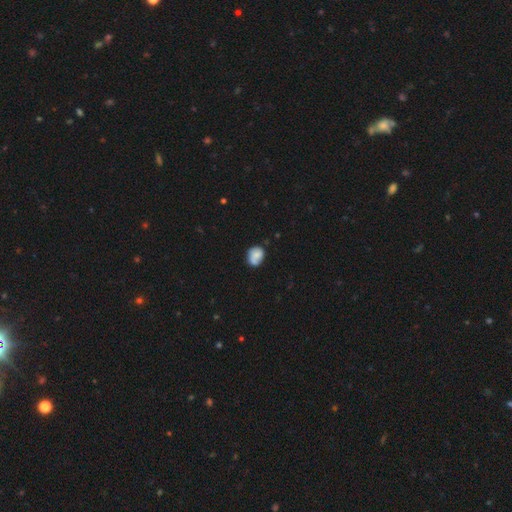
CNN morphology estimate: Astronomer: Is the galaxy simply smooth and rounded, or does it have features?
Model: smooth — 64%.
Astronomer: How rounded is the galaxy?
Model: round — 56% (runner-up: in between, 43%).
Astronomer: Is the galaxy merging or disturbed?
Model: none — 55%.